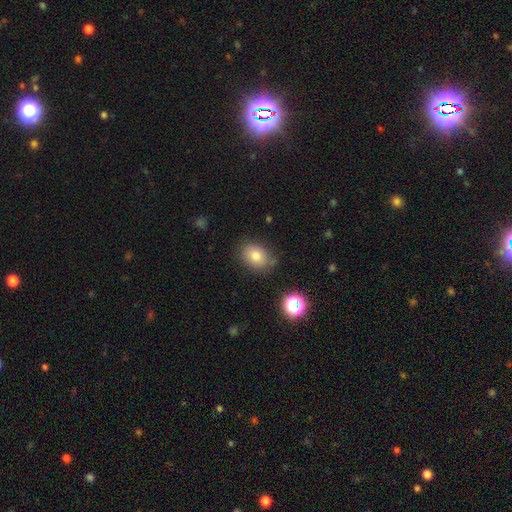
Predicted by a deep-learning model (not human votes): The model was most divided on "how rounded": in between: 63%, round: 36%, cigar-shaped: 1%. More confident: smooth or featured — smooth (78%); merging — none (76%).